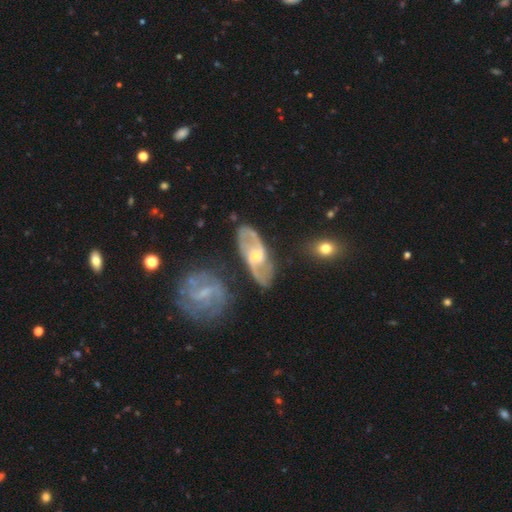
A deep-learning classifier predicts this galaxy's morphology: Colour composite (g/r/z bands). It shows a featured or disk galaxy (83%) with a weak bar (46%), 2 (83%) medium (48%) spiral arms (90%) and a moderate central bulge (54%). Merging: none (71%).